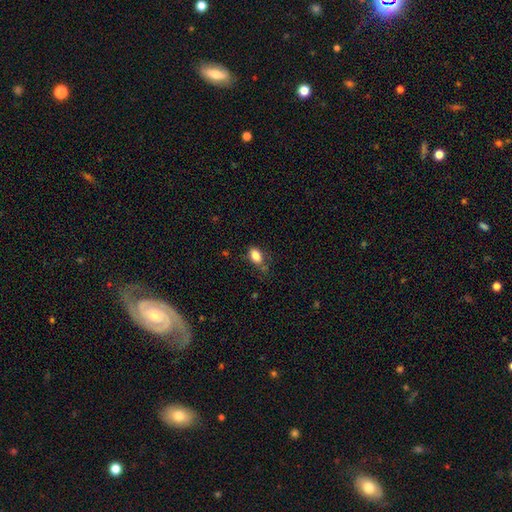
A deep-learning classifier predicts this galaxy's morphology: Smooth or featured? smooth (83%)
How rounded? in between (87%)
Merging? none (60%)